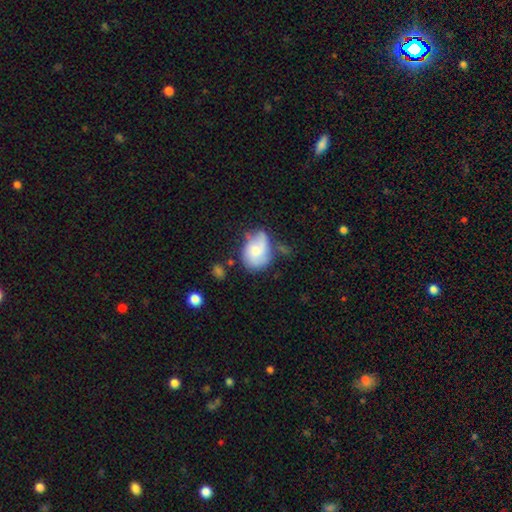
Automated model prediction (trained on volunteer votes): Smooth or featured? Predicted: smooth (p=0.53). How rounded? Predicted: in between (p=0.65). Merging? Predicted: none (p=0.42).